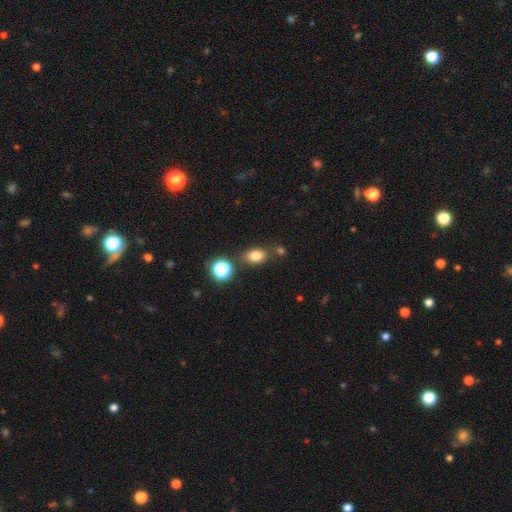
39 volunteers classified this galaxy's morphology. type=smooth (85%); roundness=in between (82%); merging=none (54%).